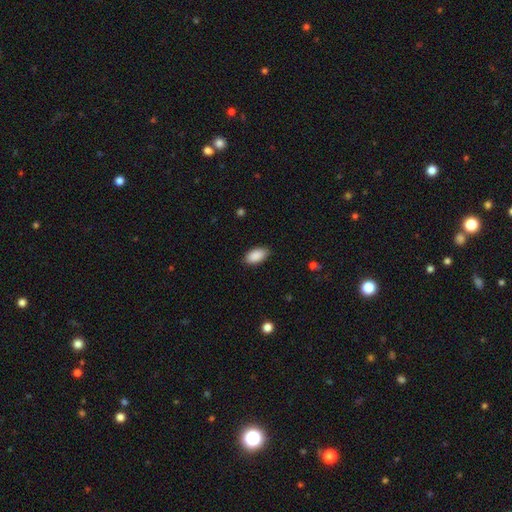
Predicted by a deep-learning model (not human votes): A smooth galaxy with no disk features (90%) that is in between round and cigar-shaped (94%).

Vote fractions:
- Smooth or featured? smooth: 90% / star or artifact: 7% / featured or disk: 3%
- How rounded? in between: 94% / cigar-shaped: 3% / round: 3%
- Merging? none: 87% / minor disturbance: 10% / major disturbance: 2% / merger: 1%